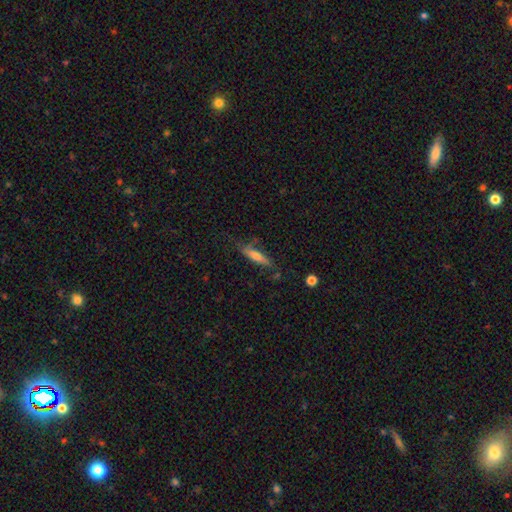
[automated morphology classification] Smooth or featured: smooth — 58% (featured or disk — 35%)
How rounded: cigar-shaped — 77% (in between — 21%)
Merging: none — 67% (minor disturbance — 23%)